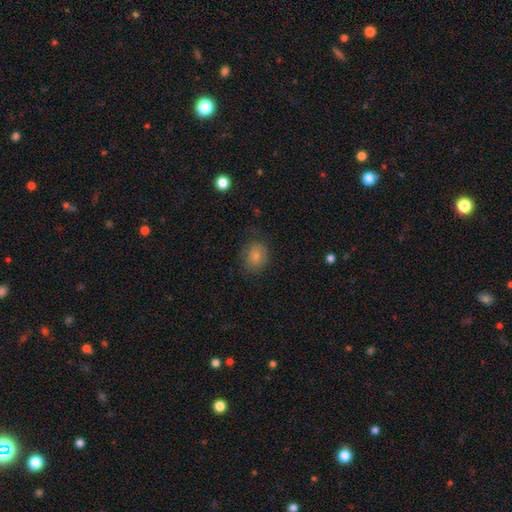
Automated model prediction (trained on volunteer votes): smooth-or-featured: smooth: 82% | star or artifact: 9% | featured or disk: 9%
  how-rounded: round: 65% | in between: 34% | cigar-shaped: 1%
  merging: none: 75% | minor disturbance: 18% | major disturbance: 6% | merger: 1%